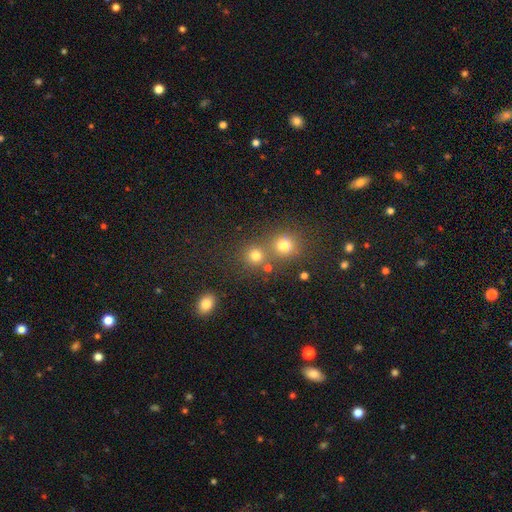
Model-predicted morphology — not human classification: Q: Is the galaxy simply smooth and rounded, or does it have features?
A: smooth — 76%.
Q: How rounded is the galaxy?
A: round — 89%.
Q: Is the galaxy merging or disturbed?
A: none — 65%.